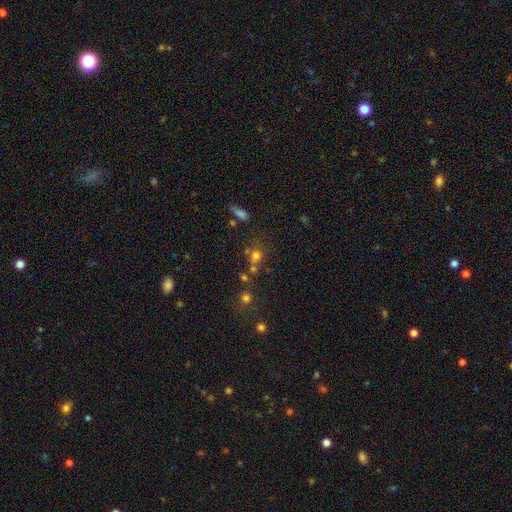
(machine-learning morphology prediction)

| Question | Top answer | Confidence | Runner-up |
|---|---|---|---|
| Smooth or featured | smooth | 67% | star or artifact (21%) |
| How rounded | round | 78% | in between (20%) |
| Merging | none | 50% | merger (31%) |